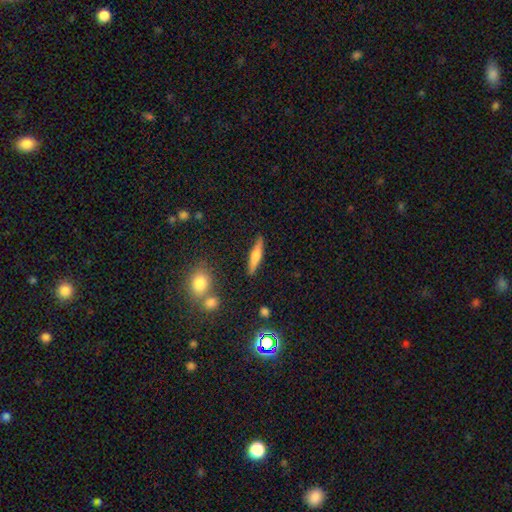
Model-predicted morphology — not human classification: Smooth or featured?
  - smooth: 53% *
  - featured or disk: 41%
  - star or artifact: 7%
How rounded?
  - cigar-shaped: 83% *
  - in between: 15%
  - round: 2%
Merging?
  - none: 86% *
  - minor disturbance: 9%
  - merger: 3%
  - major disturbance: 2%